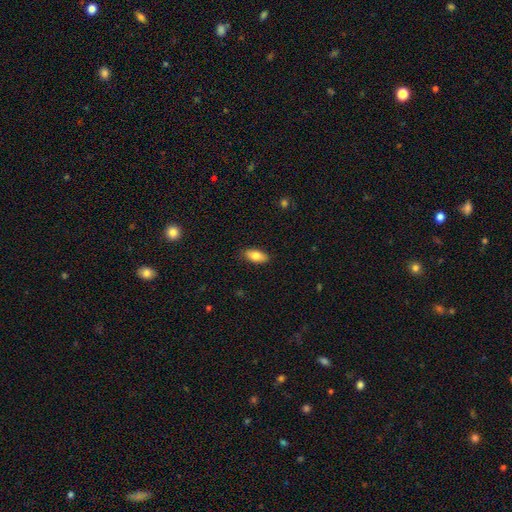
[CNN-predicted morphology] A smooth galaxy with no disk features (80%) that is in between round and cigar-shaped (89%). Merging: none (88%).